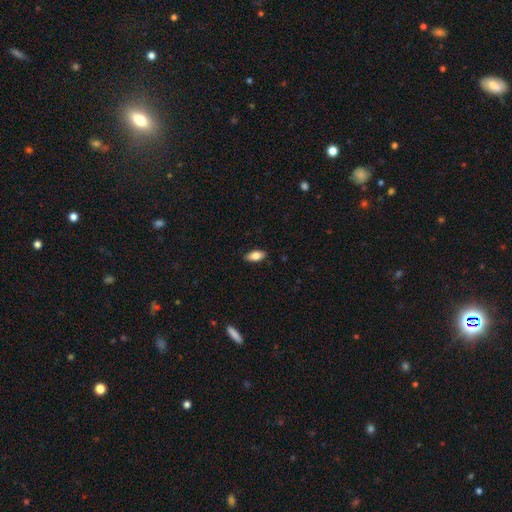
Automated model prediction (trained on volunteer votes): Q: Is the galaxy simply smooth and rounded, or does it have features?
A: smooth — 79%.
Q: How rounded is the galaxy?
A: in between — 86%.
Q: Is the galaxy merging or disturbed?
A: none — 87%.